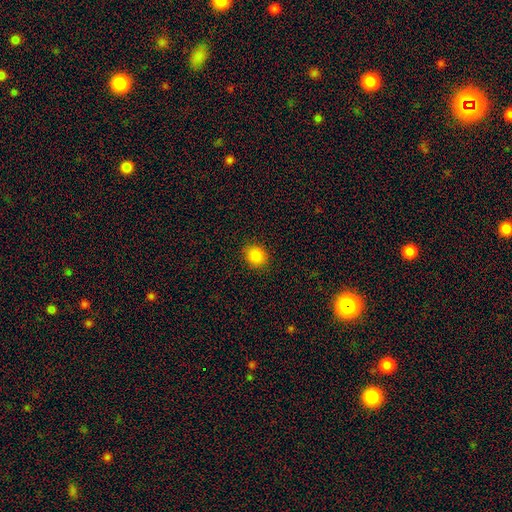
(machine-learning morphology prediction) Smooth or featured?
  - smooth: 86% *
  - star or artifact: 10%
  - featured or disk: 4%
How rounded?
  - round: 67% *
  - in between: 32%
  - cigar-shaped: 1%
Merging?
  - none: 90% *
  - minor disturbance: 7%
  - major disturbance: 2%
  - merger: 1%